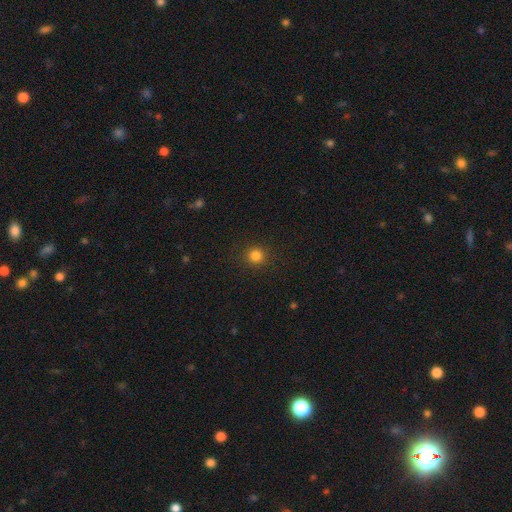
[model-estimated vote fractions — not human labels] Smooth or featured?
  - smooth: 83% *
  - star or artifact: 13%
  - featured or disk: 4%
How rounded?
  - round: 92% *
  - in between: 7%
  - cigar-shaped: 1%
Merging?
  - none: 90% *
  - minor disturbance: 6%
  - major disturbance: 2%
  - merger: 1%